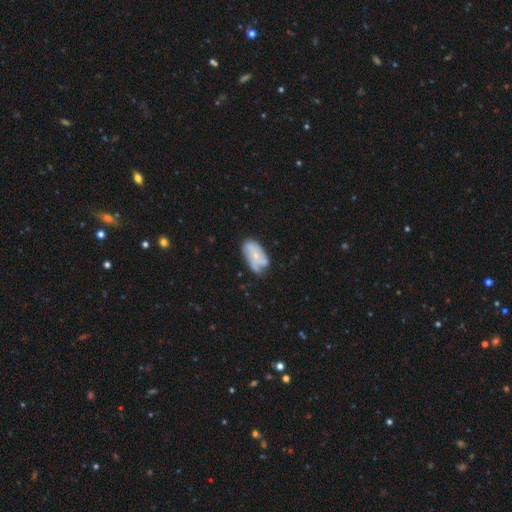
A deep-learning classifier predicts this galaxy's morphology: smooth_or_featured: featured or disk (p=0.64) [alt: smooth p=0.29]
disk_edge_on: no (p=0.96) [alt: yes p=0.04]
bar: no (p=0.76) [alt: weak p=0.20]
has_spiral_arms: yes (p=0.79) [alt: no p=0.21]
bulge_size: small (p=0.67) [alt: moderate p=0.27]
merging: none (p=0.50) [alt: minor disturbance p=0.31]